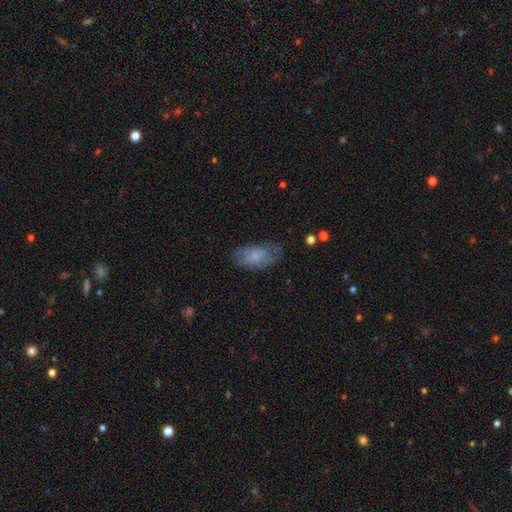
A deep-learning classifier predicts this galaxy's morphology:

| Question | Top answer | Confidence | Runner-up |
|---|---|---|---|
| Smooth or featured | smooth | 69% | featured or disk (24%) |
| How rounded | in between | 92% | cigar-shaped (4%) |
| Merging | none | 61% | minor disturbance (27%) |